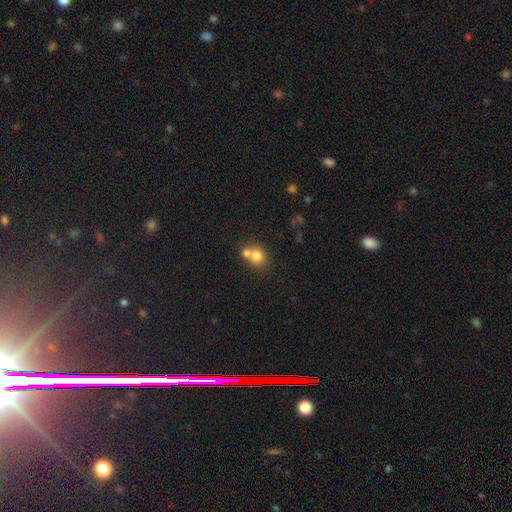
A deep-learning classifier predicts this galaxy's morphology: Smooth or featured: smooth — 76% (featured or disk — 13%)
How rounded: round — 74% (in between — 25%)
Merging: merger — 57% (none — 34%)